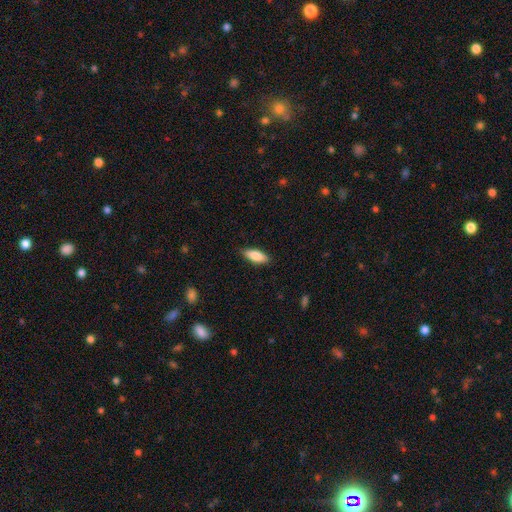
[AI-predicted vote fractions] A smooth galaxy with no disk features (81%) that is in between round and cigar-shaped (70%). Merging: none (86%).